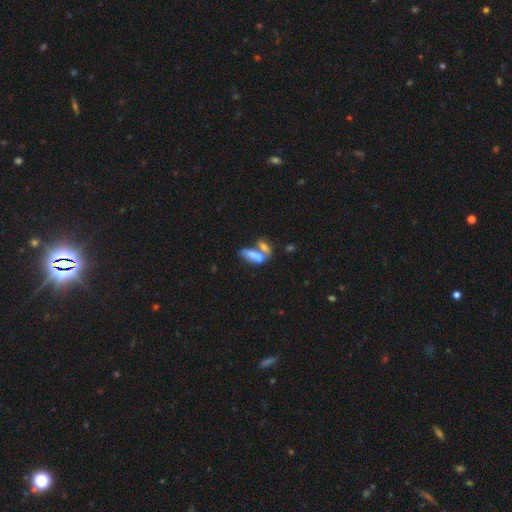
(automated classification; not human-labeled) This is likely a smooth galaxy (66%). How rounded: likely in between (75%). Merging: likely merger (64%).